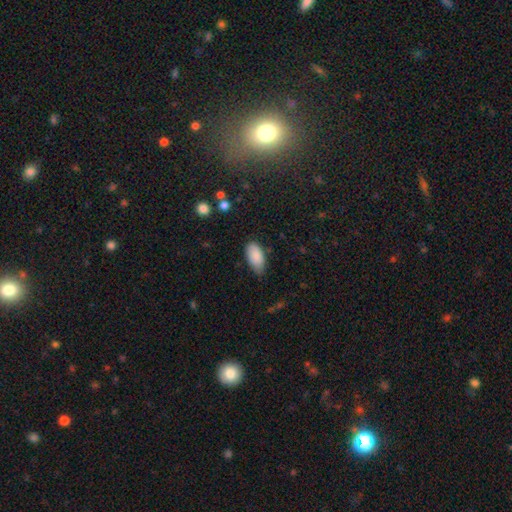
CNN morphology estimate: This is clearly a smooth galaxy (87%). How rounded: clearly in between (94%). Merging: likely none (66%).